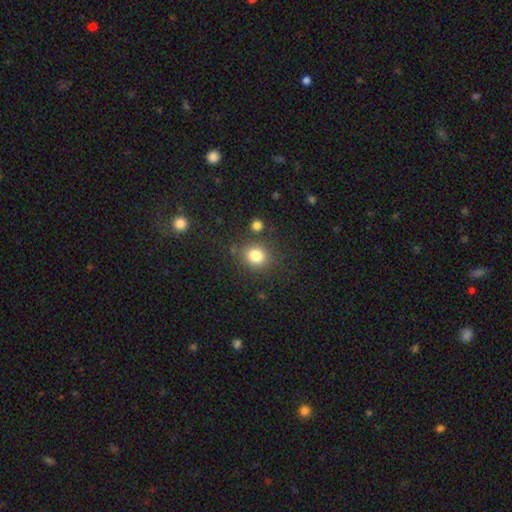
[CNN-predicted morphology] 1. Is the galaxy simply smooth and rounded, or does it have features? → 82% smooth, 12% star or artifact, 6% featured or disk.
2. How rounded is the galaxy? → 80% round, 19% in between, 1% cigar-shaped.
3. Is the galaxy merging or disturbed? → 79% none, 11% minor disturbance, 6% merger, 4% major disturbance.